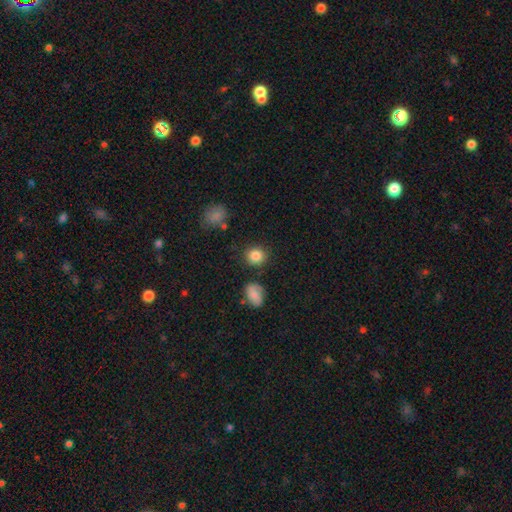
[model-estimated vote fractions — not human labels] Smooth or featured? Predicted: smooth (p=0.85). How rounded? Predicted: round (p=0.85). Merging? Predicted: none (p=0.84).